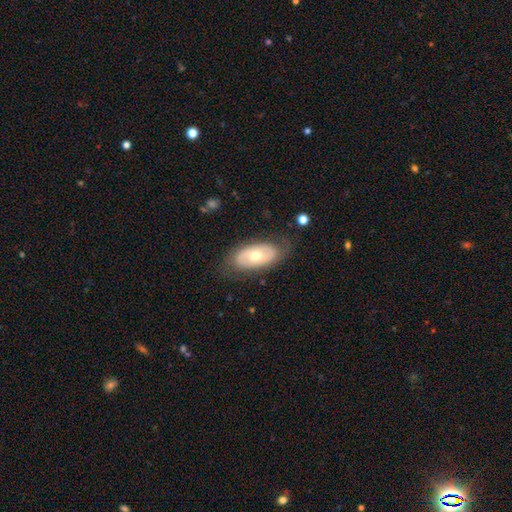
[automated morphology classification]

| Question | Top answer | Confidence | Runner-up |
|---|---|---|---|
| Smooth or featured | smooth | 47% | tied: featured or disk (47%) |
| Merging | none | 75% | minor disturbance (17%) |